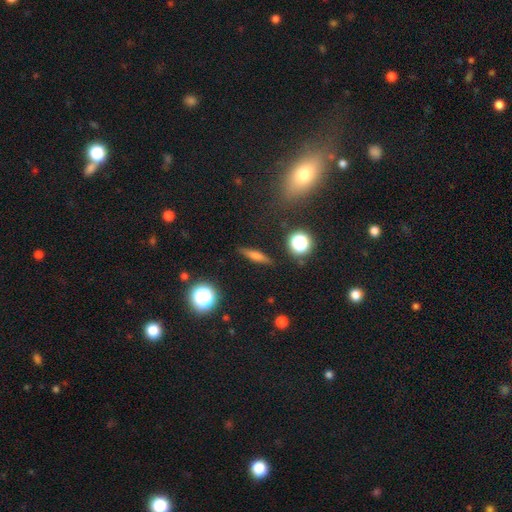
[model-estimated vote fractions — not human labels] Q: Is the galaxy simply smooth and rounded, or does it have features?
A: smooth — 53%.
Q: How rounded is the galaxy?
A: cigar-shaped — 77%.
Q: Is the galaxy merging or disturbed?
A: none — 88%.